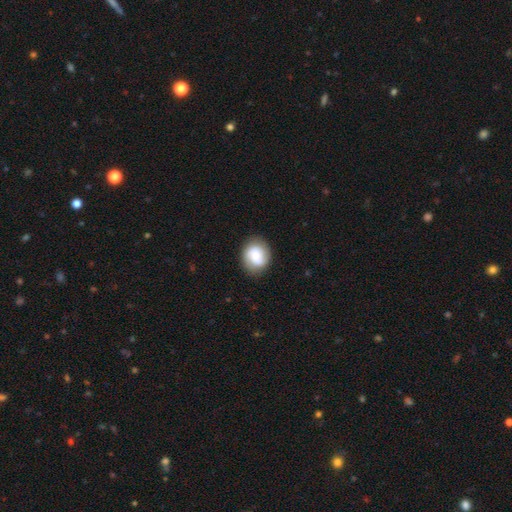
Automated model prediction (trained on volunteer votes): smooth_or_featured: smooth (p=0.58) [alt: featured or disk p=0.34]
how_rounded: round (p=0.69) [alt: in between p=0.30]
merging: none (p=0.82) [alt: minor disturbance p=0.13]